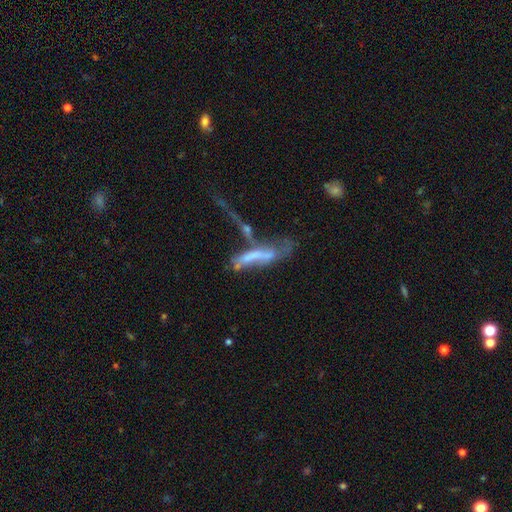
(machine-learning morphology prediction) Overall: featured or disk (53%; smooth 34%). Edge-on disk: no (73%). Merging: merger (41%; major disturbance 34%).